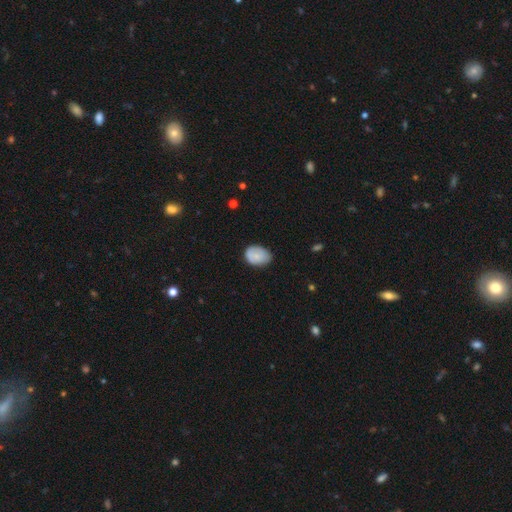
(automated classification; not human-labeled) This is likely a smooth galaxy (76%). How rounded: likely in between (75%). Merging: likely none (68%).